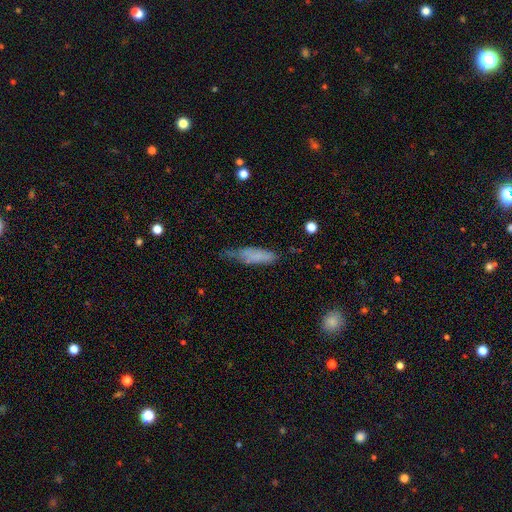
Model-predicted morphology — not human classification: Smooth or featured: smooth — 72% (featured or disk — 19%)
How rounded: cigar-shaped — 58% (in between — 39%)
Merging: none — 40% (minor disturbance — 39%)